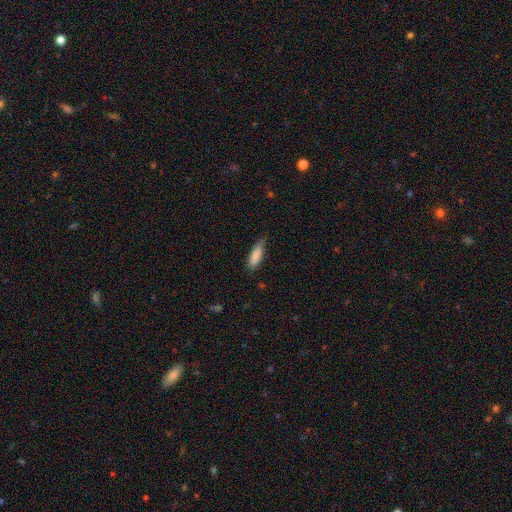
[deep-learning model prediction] Overall: smooth (85%). How rounded: cigar-shaped (55%; in between 43%). Merging: none (63%; minor disturbance 31%).